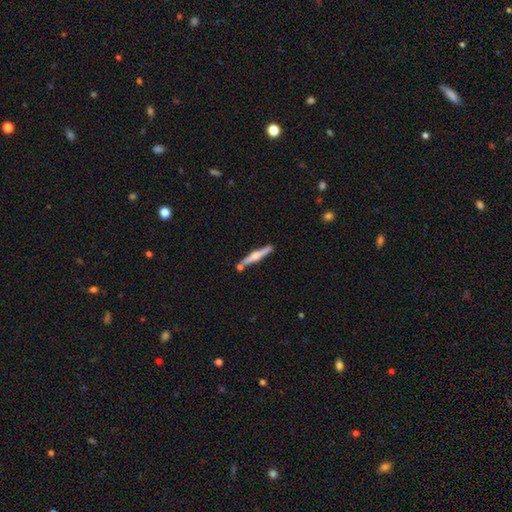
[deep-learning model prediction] Smooth or featured?
  - featured or disk: 57% *
  - smooth: 38%
  - star or artifact: 5%
Edge-on disk?
  - yes: 97% *
  - no: 3%
Edge-on bulge?
  - rounded: 85% *
  - none: 9%
  - boxy: 6%
Merging?
  - none: 77% *
  - minor disturbance: 11%
  - merger: 10%
  - major disturbance: 2%